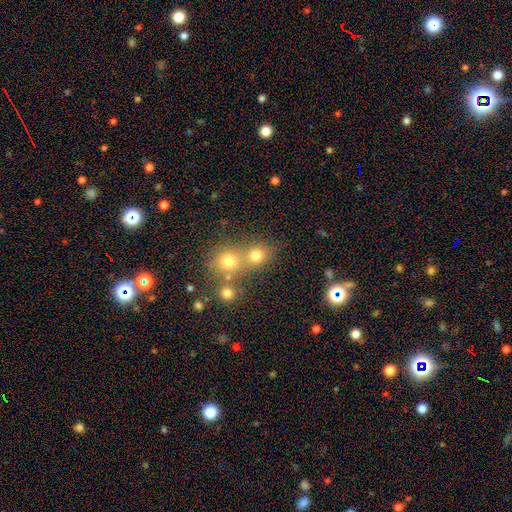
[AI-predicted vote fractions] The model was most divided on "merging": none: 45%, merger: 44%, minor disturbance: 7%, major disturbance: 4%. More confident: how rounded — round (80%); smooth or featured — smooth (74%).